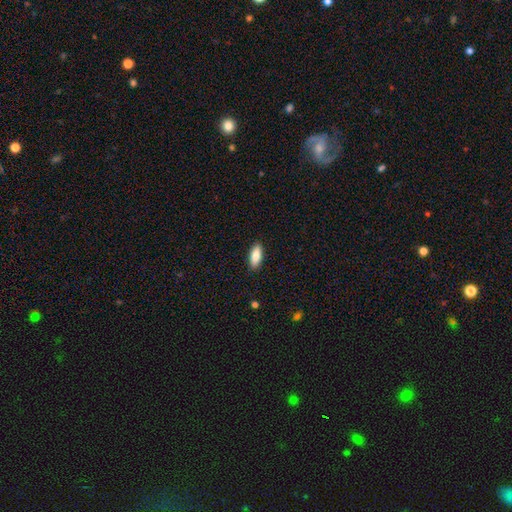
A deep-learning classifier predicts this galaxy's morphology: type=smooth (85%); roundness=in between (79%); merging=none (89%).